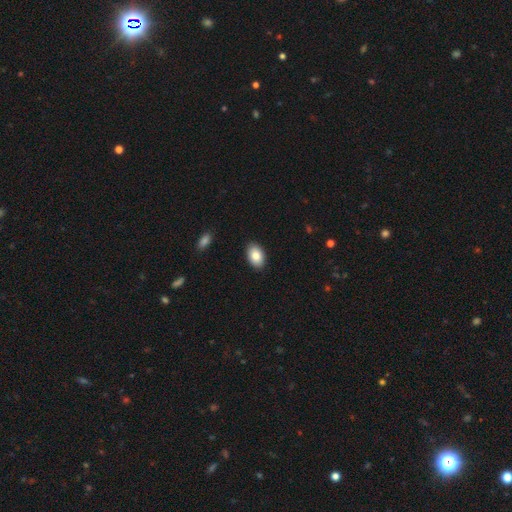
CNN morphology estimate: This is clearly a smooth galaxy (84%). How rounded: clearly in between (91%). Merging: clearly none (90%).